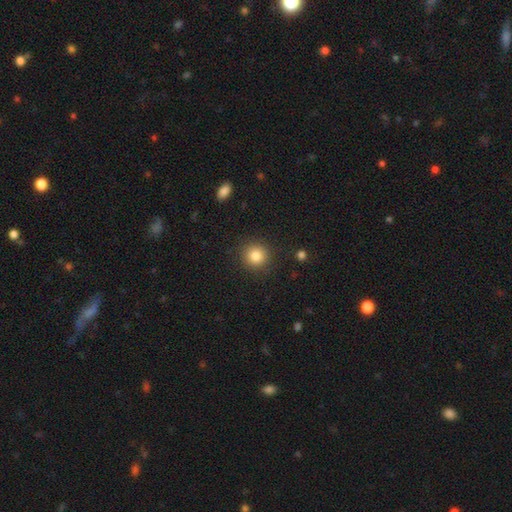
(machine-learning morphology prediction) A smooth galaxy with no disk features (84%) that is round (92%).

Vote fractions:
- Smooth or featured? smooth: 84% / star or artifact: 11% / featured or disk: 6%
- How rounded? round: 92% / in between: 7% / cigar-shaped: 1%
- Merging? none: 90% / minor disturbance: 7% / major disturbance: 3% / merger: 1%